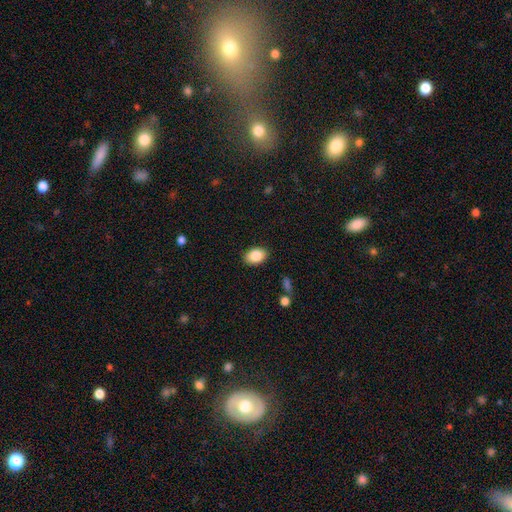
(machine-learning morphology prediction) A smooth galaxy with no disk features (86%) that is in between round and cigar-shaped (83%). Merging: none (88%).